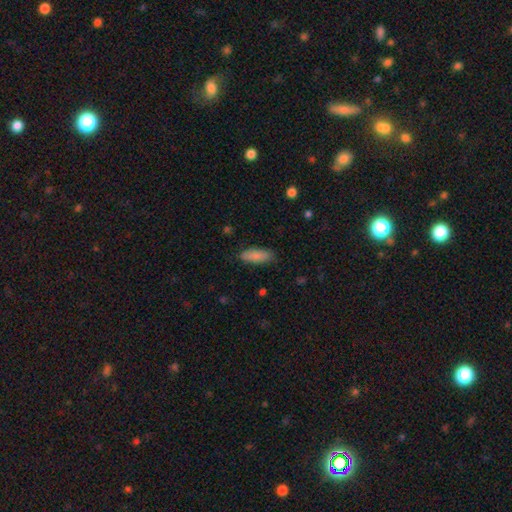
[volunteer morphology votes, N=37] Volunteers were most divided on "how rounded": in between: 65%, cigar-shaped: 35%, round: 0%. More confident: smooth or featured — smooth (92%); merging — none (84%).